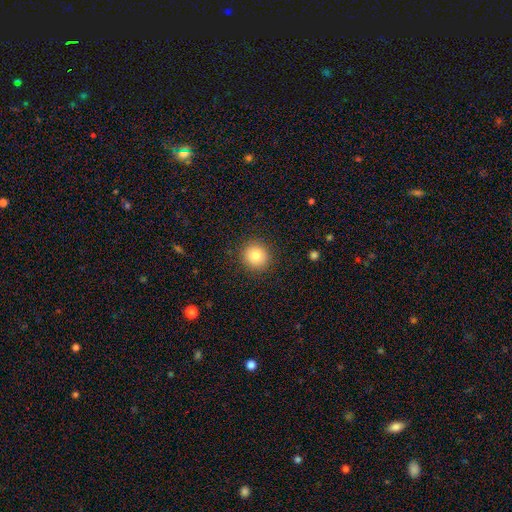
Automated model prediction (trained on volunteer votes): smooth_or_featured: smooth (p=0.82) [alt: star or artifact p=0.10]
how_rounded: round (p=0.93) [alt: in between p=0.06]
merging: none (p=0.90) [alt: minor disturbance p=0.07]